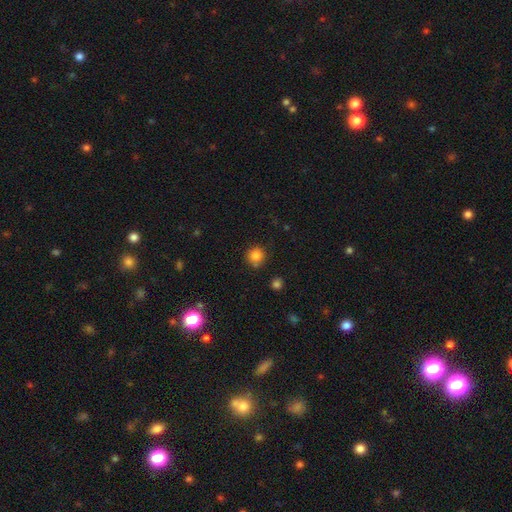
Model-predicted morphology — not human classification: This is clearly a smooth galaxy (83%). How rounded: clearly round (92%). Merging: likely none (79%).